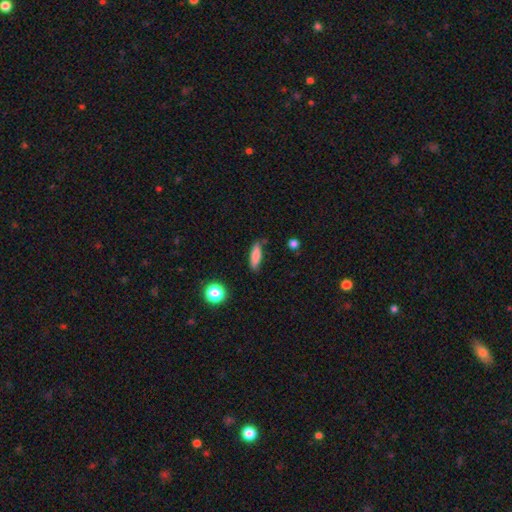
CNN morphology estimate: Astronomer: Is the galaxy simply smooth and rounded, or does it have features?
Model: smooth — 80%.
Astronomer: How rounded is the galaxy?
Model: cigar-shaped — 59% (runner-up: in between, 38%).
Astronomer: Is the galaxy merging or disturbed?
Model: none — 82%.